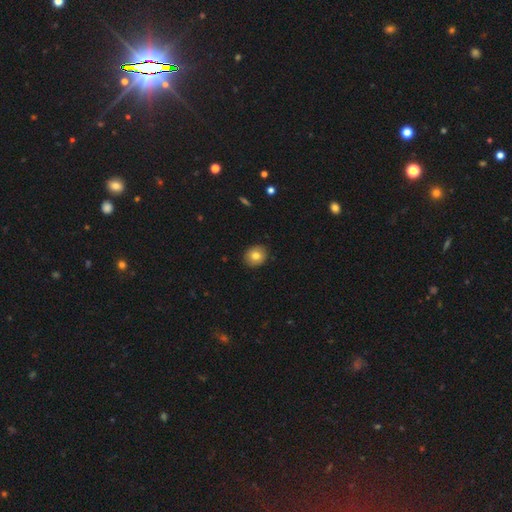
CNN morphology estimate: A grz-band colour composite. It shows a smooth galaxy with no disk features (79%) that is round (76%). Merging: none (90%).